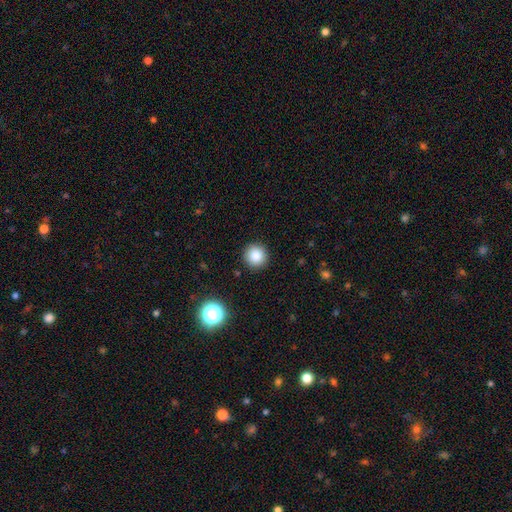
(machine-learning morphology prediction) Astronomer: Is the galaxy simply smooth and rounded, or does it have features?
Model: smooth — 83%.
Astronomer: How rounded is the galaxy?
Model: round — 95%.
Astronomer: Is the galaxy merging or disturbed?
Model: none — 92%.